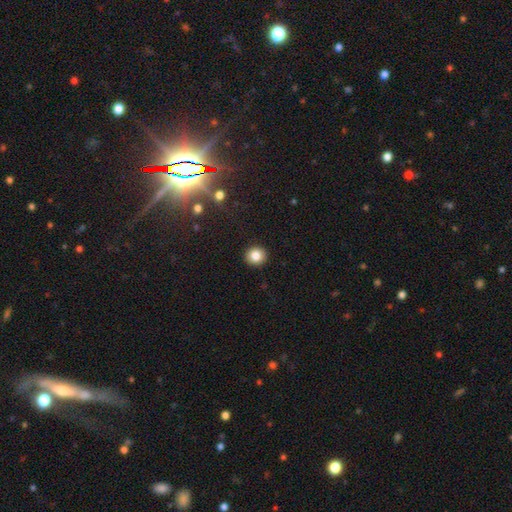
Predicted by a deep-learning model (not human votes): smooth_or_featured: smooth (p=0.83) [alt: star or artifact p=0.10]
how_rounded: round (p=0.88) [alt: in between p=0.11]
merging: none (p=0.93) [alt: minor disturbance p=0.05]